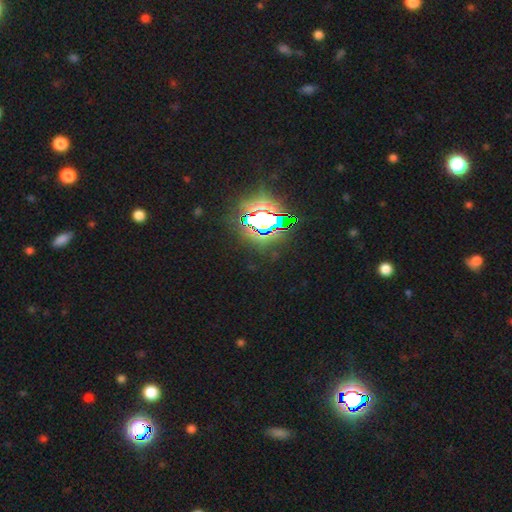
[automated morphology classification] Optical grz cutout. It shows a star or artifact, not a galaxy (85%).